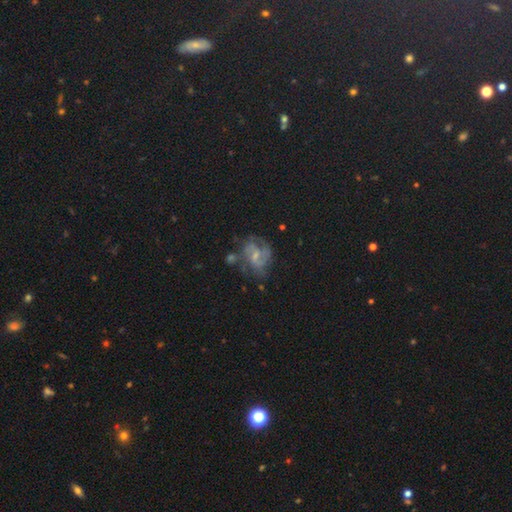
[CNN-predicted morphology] Smooth or featured? featured or disk (75%)
Edge-on disk? no (98%)
Bar? weak (51%)
Spiral arms? yes (86%)
Spiral winding? medium (48%)
Spiral arm count? 2 (45%)
Bulge size? small (49%)
Merging? none (52%)